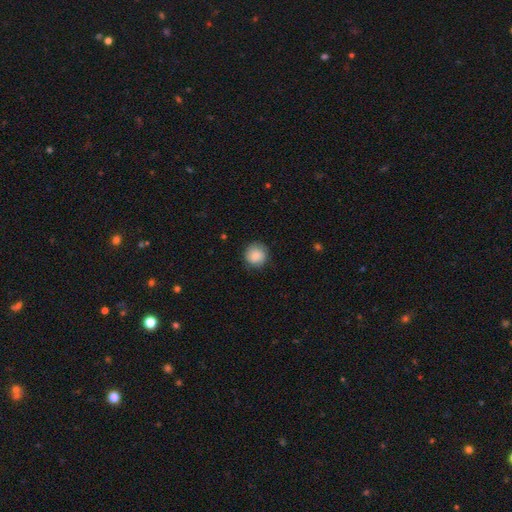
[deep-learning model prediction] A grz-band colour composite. It shows a smooth galaxy with no disk features (81%) that is round (92%). Merging: none (83%).